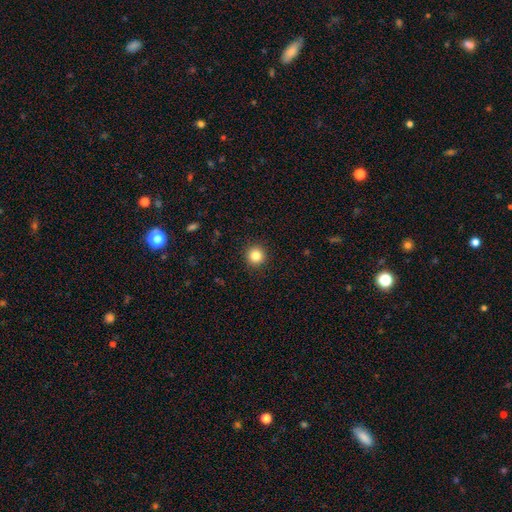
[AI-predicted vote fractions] This appears to be a smooth galaxy with no disk features (84%) that is round (95%). Merging: none (93%).